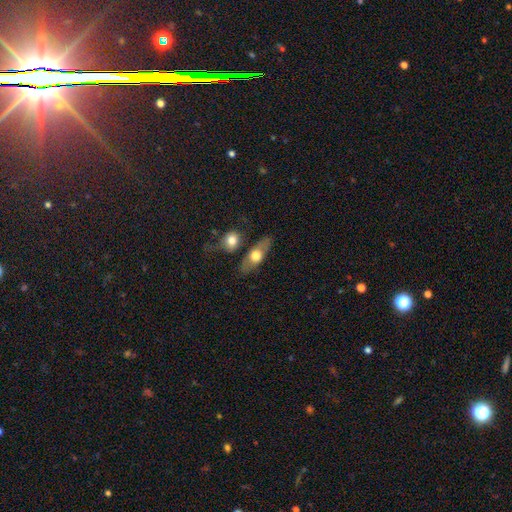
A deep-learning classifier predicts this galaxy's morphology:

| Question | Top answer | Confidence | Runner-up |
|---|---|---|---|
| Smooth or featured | smooth | 53% | featured or disk (41%) |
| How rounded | in between | 57% | cigar-shaped (34%) |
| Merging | none | 70% | minor disturbance (13%) |